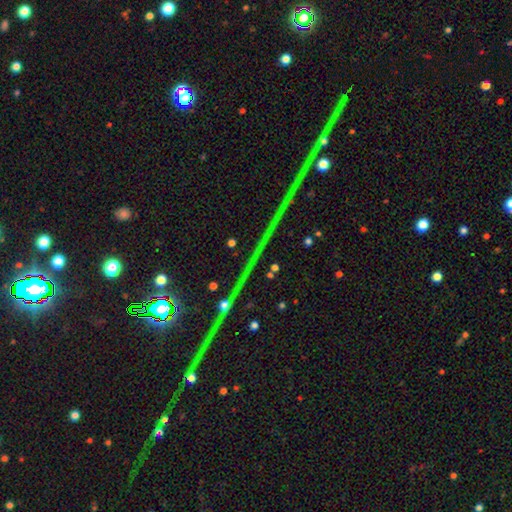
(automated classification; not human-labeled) This appears to be a star or artifact, not a galaxy (80%).